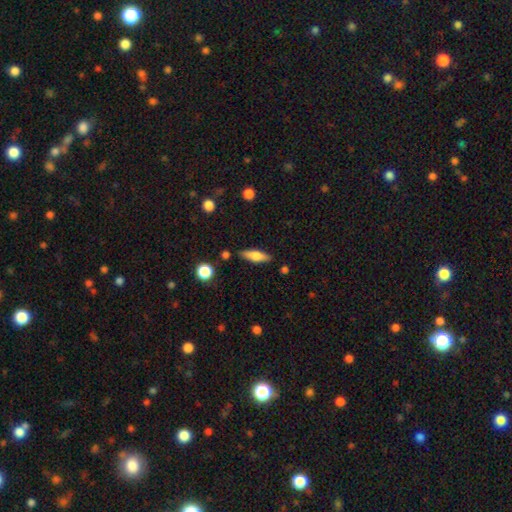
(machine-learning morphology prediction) Smooth or featured: smooth — 60% (featured or disk — 34%)
How rounded: cigar-shaped — 53% (in between — 45%)
Merging: none — 83% (minor disturbance — 12%)